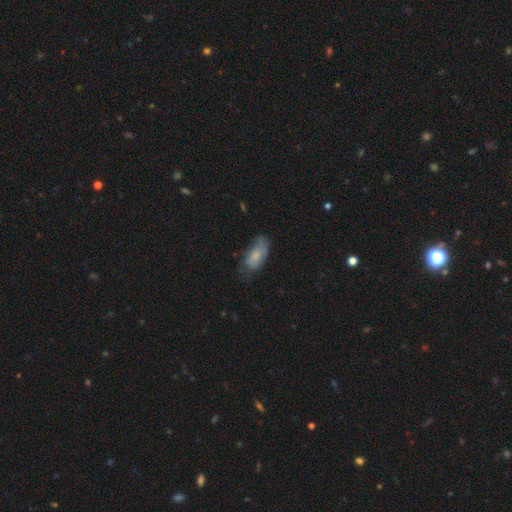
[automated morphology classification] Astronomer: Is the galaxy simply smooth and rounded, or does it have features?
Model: smooth — 70%.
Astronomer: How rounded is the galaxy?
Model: in between — 89%.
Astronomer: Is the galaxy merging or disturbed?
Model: none — 54% (runner-up: minor disturbance, 33%).